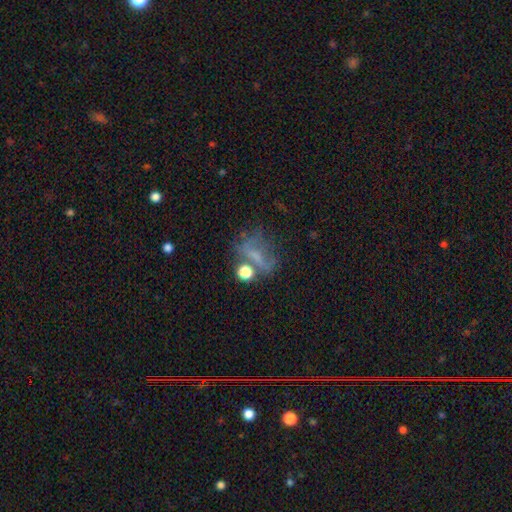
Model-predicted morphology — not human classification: smooth_or_featured: smooth (p=0.40) [alt: featured or disk p=0.34]
merging: none (p=0.38) [alt: major disturbance p=0.29]